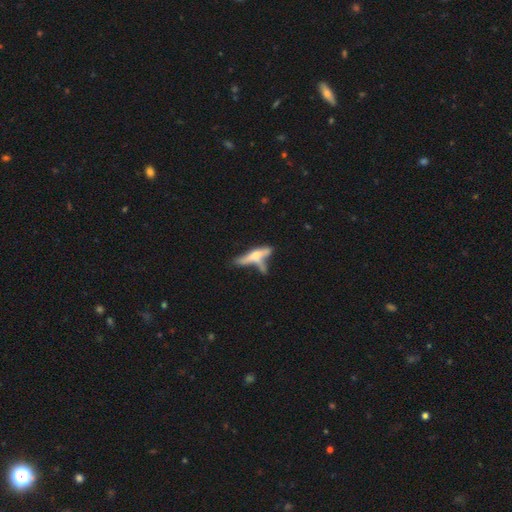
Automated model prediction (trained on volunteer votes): Overall: featured or disk (48%; smooth 44%). Merging: none (38%; merger 32%).